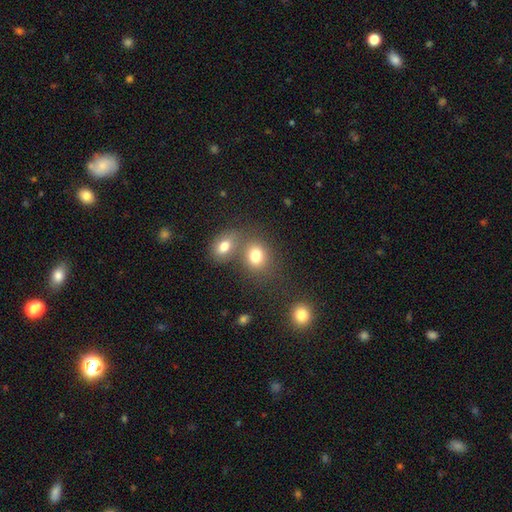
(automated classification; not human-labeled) Overall: smooth (79%). How rounded: round (58%; in between 41%). Merging: none (49%; merger 37%).